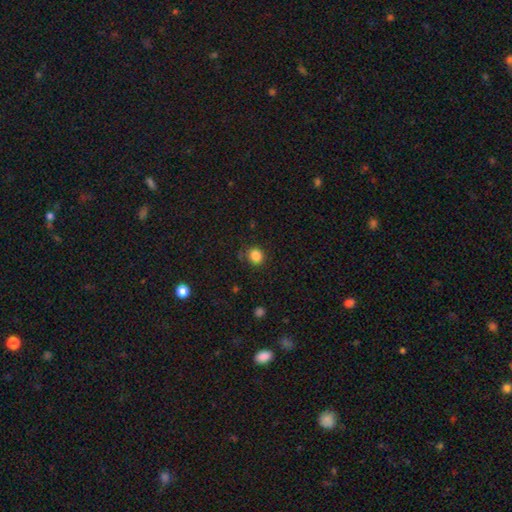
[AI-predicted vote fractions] This is clearly a smooth galaxy (84%). How rounded: clearly round (84%). Merging: clearly none (81%).